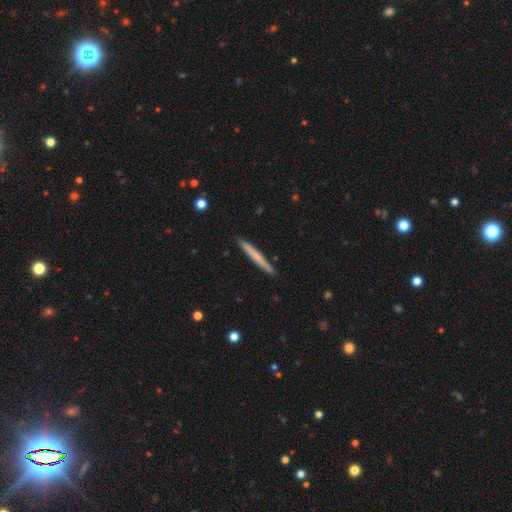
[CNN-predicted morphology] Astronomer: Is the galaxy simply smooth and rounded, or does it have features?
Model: smooth — 60%.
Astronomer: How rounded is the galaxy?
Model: cigar-shaped — 97%.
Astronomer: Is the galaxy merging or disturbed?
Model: none — 91%.